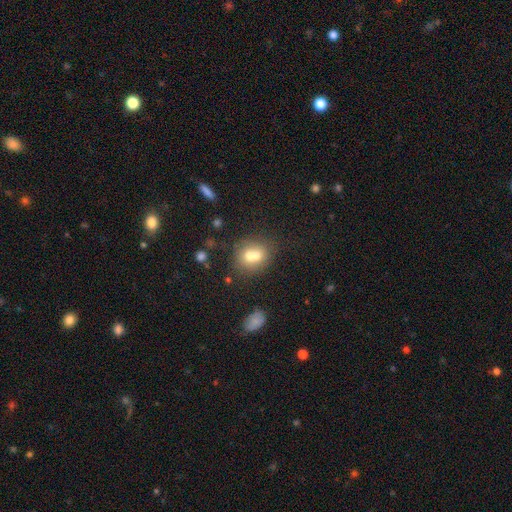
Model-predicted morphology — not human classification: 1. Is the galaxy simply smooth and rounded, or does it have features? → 66% smooth, 23% featured or disk, 11% star or artifact.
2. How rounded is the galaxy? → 71% round, 28% in between, 1% cigar-shaped.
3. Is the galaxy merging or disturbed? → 57% merger, 32% none, 8% minor disturbance, 3% major disturbance.